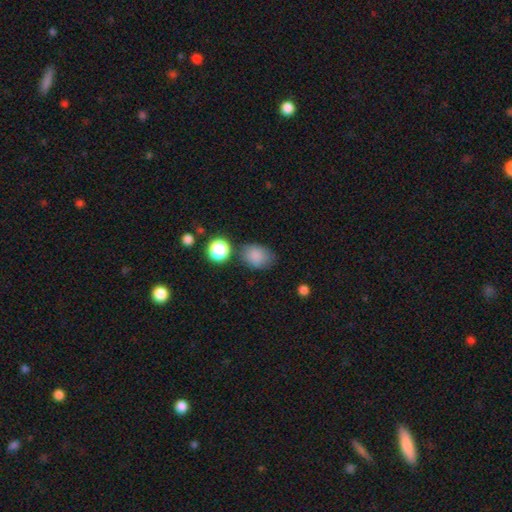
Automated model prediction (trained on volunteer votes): Smooth or featured? smooth (83%)
How rounded? in between (60%)
Merging? none (67%)